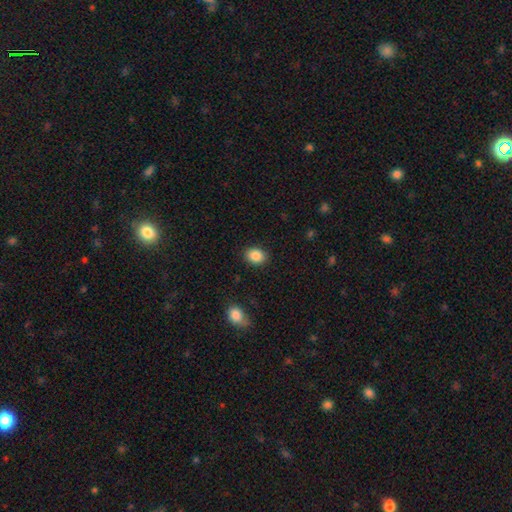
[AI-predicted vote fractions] smooth_or_featured: smooth (p=0.87) [alt: star or artifact p=0.09]
how_rounded: in between (p=0.56) [alt: round p=0.43]
merging: none (p=0.89) [alt: minor disturbance p=0.08]